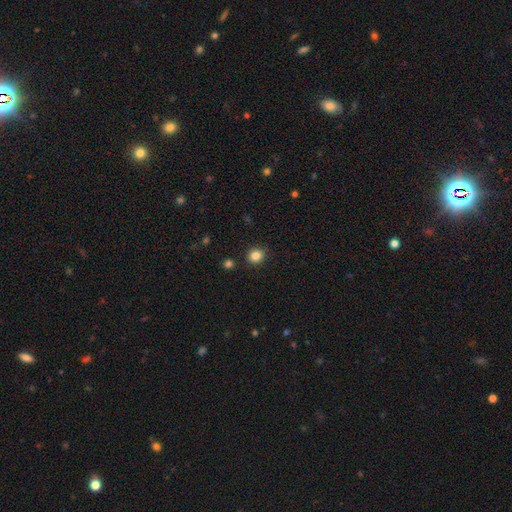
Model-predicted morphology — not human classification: Smooth or featured?
  - smooth: 84% *
  - star or artifact: 11%
  - featured or disk: 5%
How rounded?
  - round: 86% *
  - in between: 13%
  - cigar-shaped: 1%
Merging?
  - none: 89% *
  - minor disturbance: 7%
  - merger: 2%
  - major disturbance: 2%